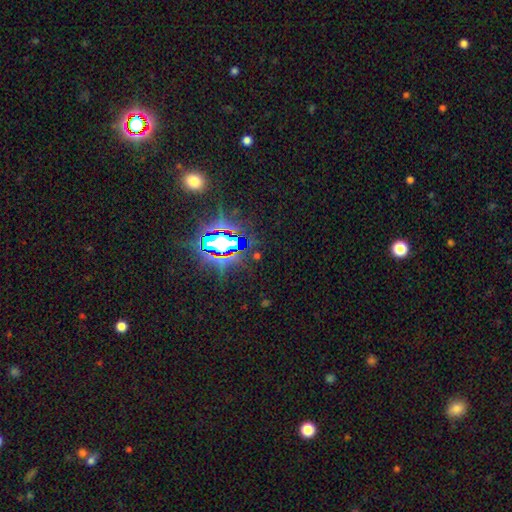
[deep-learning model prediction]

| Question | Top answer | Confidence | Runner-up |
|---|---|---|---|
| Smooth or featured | star or artifact | 78% | smooth (13%) |